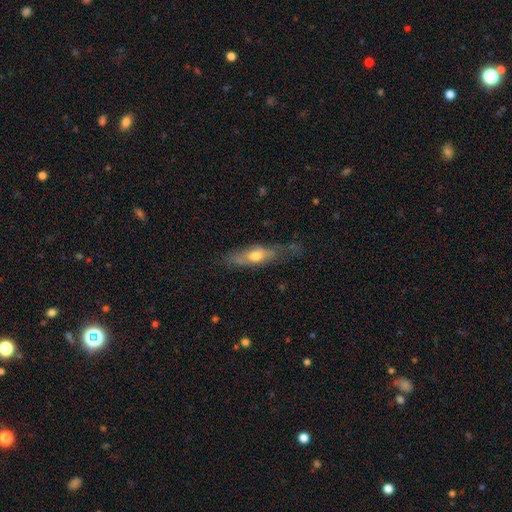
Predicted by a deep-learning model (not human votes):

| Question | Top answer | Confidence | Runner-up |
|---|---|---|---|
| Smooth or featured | featured or disk | 47% | smooth (46%) |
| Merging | none | 56% | minor disturbance (27%) |